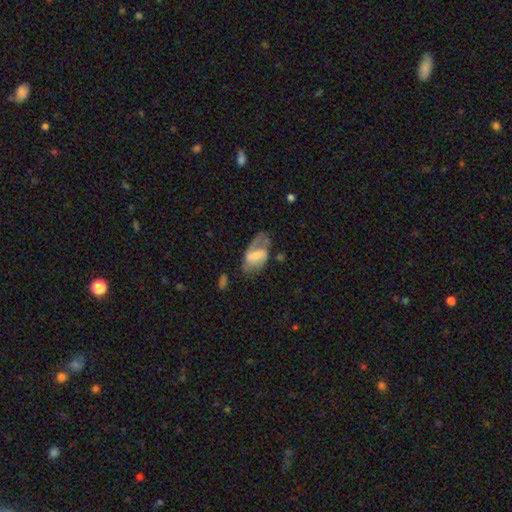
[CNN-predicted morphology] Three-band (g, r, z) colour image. It shows a featured or disk galaxy (54%) with a weak bar (43%), spiral arms (69%) and a small central bulge (31%). Merging: none (41%).